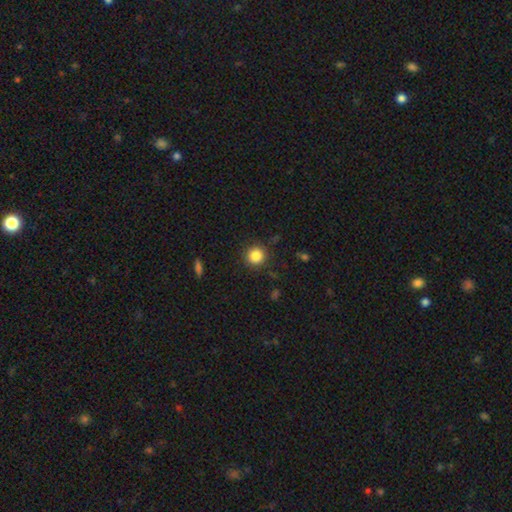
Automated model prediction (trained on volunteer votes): Smooth or featured: smooth — 85% (star or artifact — 11%)
How rounded: round — 94% (in between — 5%)
Merging: none — 90% (minor disturbance — 7%)